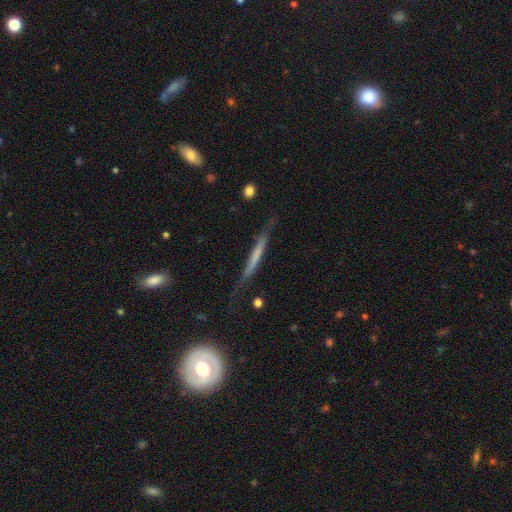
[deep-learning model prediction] featured or disk 48%, smooth 45%, star or artifact 7%. Down the decision tree: merging — none (64%).